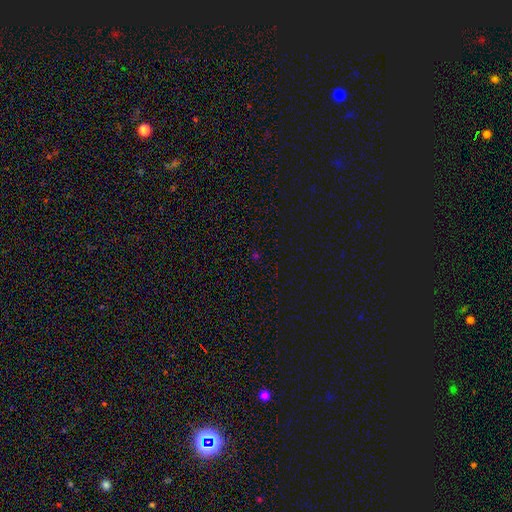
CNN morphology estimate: A star or artifact, not a galaxy (62%).

Vote fractions:
- Smooth or featured? star or artifact: 62% / smooth: 32% / featured or disk: 6%